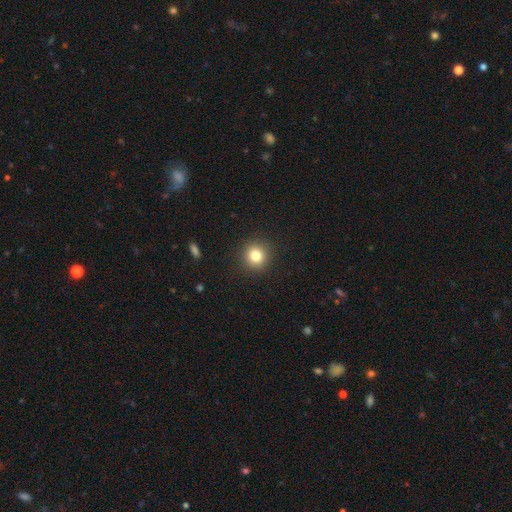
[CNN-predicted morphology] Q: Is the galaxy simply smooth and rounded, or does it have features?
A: smooth — 81%.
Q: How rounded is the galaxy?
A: round — 92%.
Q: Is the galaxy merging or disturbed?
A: none — 91%.